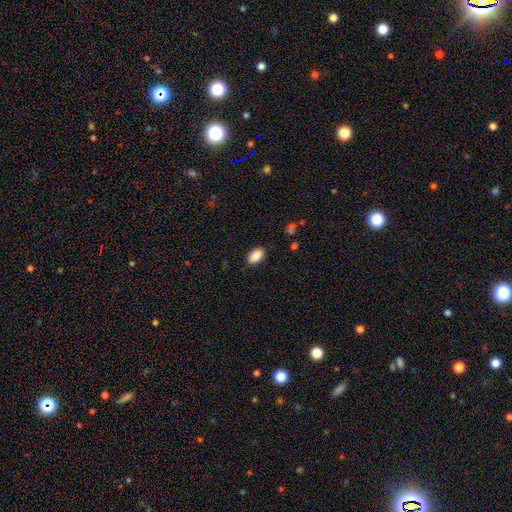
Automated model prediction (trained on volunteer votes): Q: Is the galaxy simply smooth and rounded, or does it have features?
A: smooth — 88%.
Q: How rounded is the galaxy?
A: in between — 92%.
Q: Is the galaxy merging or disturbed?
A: none — 88%.